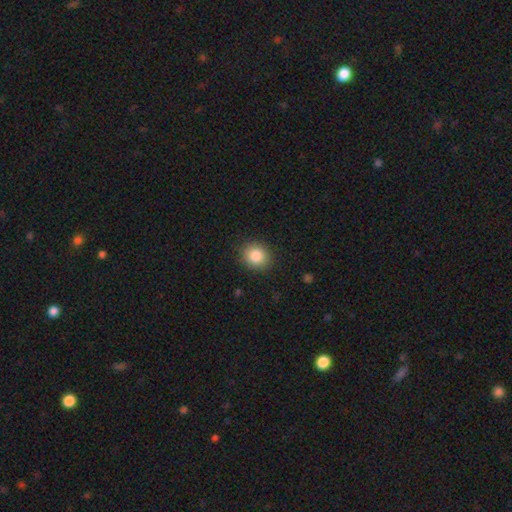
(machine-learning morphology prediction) This appears to be a smooth galaxy with no disk features (86%) that is round (75%). Merging: none (88%).